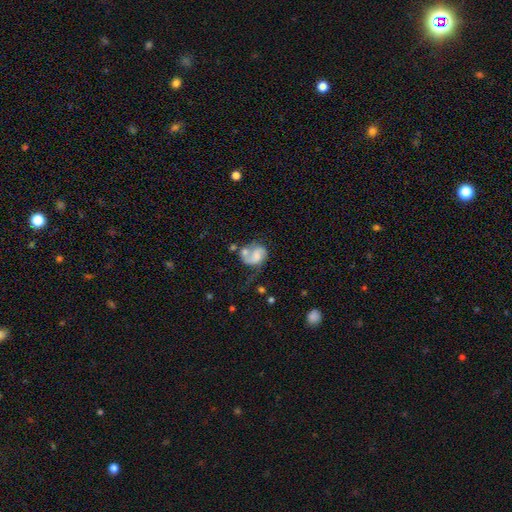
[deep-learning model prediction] Smooth or featured?
  - featured or disk: 53% *
  - smooth: 38%
  - star or artifact: 9%
Edge-on disk?
  - no: 98% *
  - yes: 2%
Bar?
  - no: 64% *
  - weak: 28%
  - strong: 8%
Spiral arms?
  - yes: 74% *
  - no: 26%
Bulge size?
  - none: 35% *
  - moderate: 25%
  - small: 22%
  - large: 14%
  - dominant: 4%
Merging?
  - none: 29% *
  - merger: 27%
  - major disturbance: 24%
  - minor disturbance: 20%